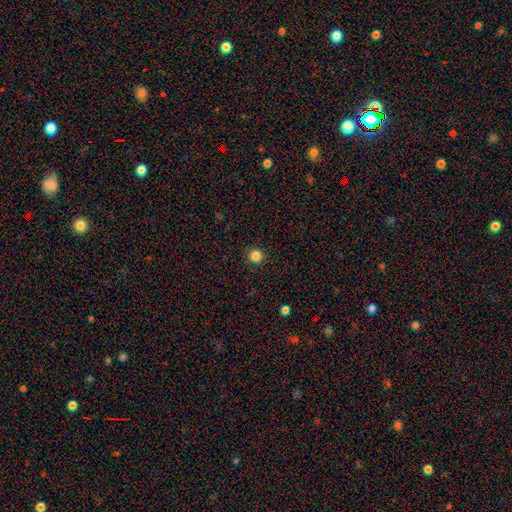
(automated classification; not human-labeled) Overall: smooth (84%). How rounded: round (95%). Merging: none (92%).